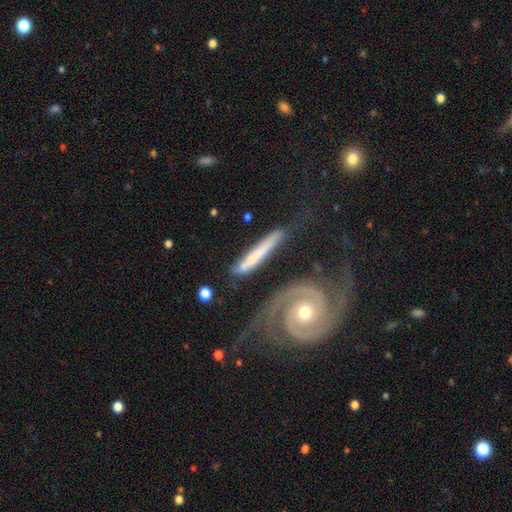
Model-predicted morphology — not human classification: smooth_or_featured: featured or disk (p=0.55) [alt: smooth p=0.39]
disk_edge_on: yes (p=0.57) [alt: no p=0.43]
merging: none (p=0.67) [alt: minor disturbance p=0.18]